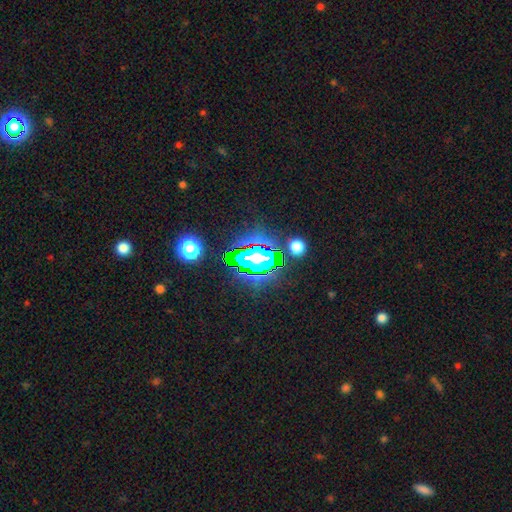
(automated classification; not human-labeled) The model was most divided on "smooth or featured": star or artifact: 78%, smooth: 13%, featured or disk: 8%.